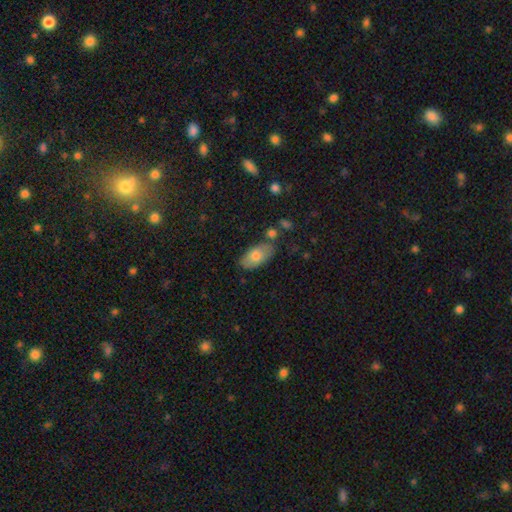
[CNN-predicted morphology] smooth-or-featured: smooth: 77% | featured or disk: 17% | star or artifact: 6%
  how-rounded: in between: 93% | cigar-shaped: 4% | round: 3%
  merging: none: 72% | minor disturbance: 17% | merger: 7% | major disturbance: 4%